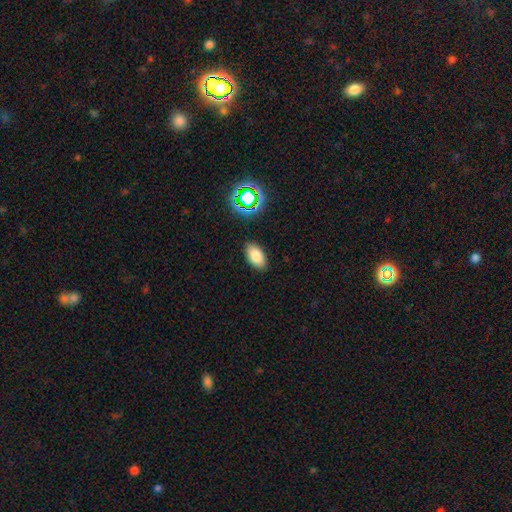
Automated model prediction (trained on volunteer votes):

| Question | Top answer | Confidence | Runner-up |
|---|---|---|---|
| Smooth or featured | smooth | 81% | star or artifact (11%) |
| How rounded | in between | 93% | round (5%) |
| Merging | none | 88% | minor disturbance (9%) |